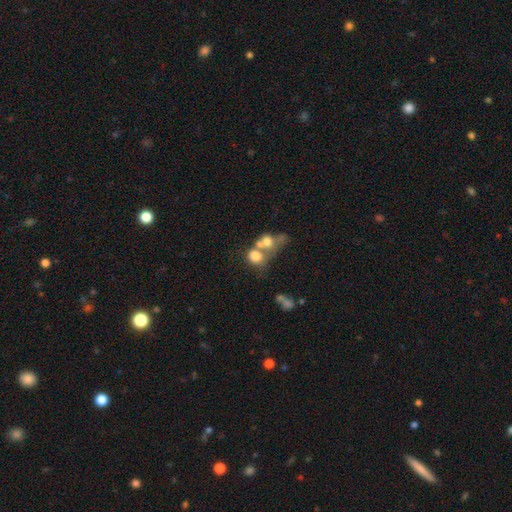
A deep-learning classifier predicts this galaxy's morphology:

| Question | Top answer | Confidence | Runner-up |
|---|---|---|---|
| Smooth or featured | smooth | 69% | featured or disk (19%) |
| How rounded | round | 64% | in between (34%) |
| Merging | merger | 58% | none (25%) |